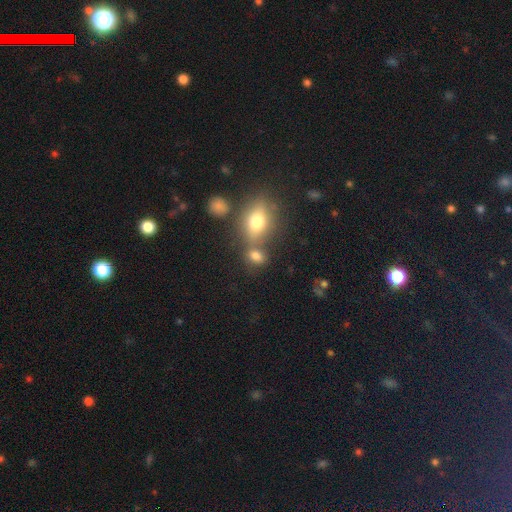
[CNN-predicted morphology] A smooth galaxy with no disk features (75%) that is in between round and cigar-shaped (67%).

Vote fractions:
- Smooth or featured? smooth: 75% / star or artifact: 15% / featured or disk: 11%
- How rounded? in between: 67% / round: 30% / cigar-shaped: 3%
- Merging? none: 53% / merger: 28% / minor disturbance: 13% / major disturbance: 6%